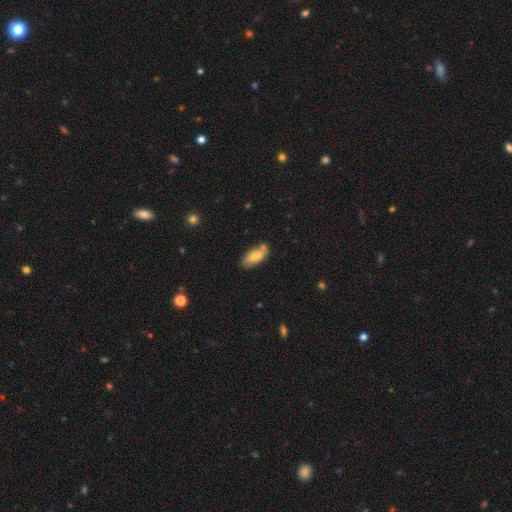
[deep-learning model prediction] Smooth or featured? Predicted: smooth (p=0.76). How rounded? Predicted: in between (p=0.84). Merging? Predicted: none (p=0.73).